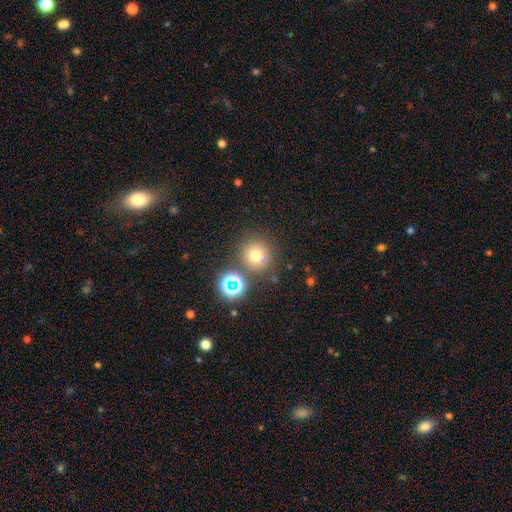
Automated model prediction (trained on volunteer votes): Q: Smooth or featured?
A: smooth (68%); runner-up: star or artifact (22%)
Q: How rounded?
A: round (94%); runner-up: in between (5%)
Q: Merging?
A: none (76%); runner-up: merger (12%)